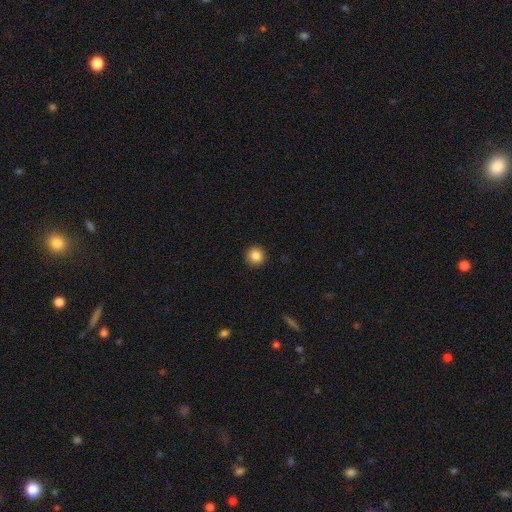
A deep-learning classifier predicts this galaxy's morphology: Smooth or featured? smooth (86%)
How rounded? round (95%)
Merging? none (92%)